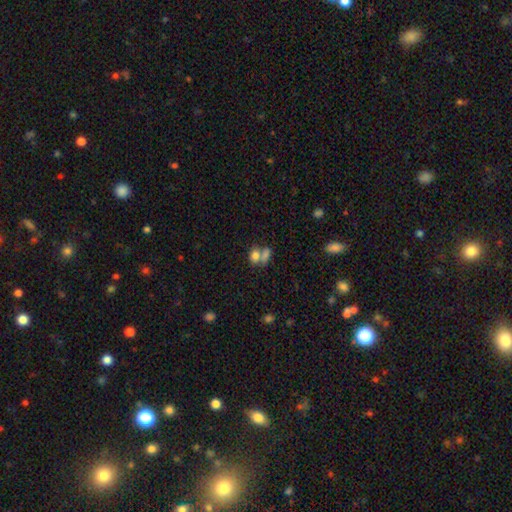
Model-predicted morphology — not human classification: smooth 72%, featured or disk 14%, star or artifact 13%. Down the decision tree: how rounded — in between (54%); merging — merger (55%).